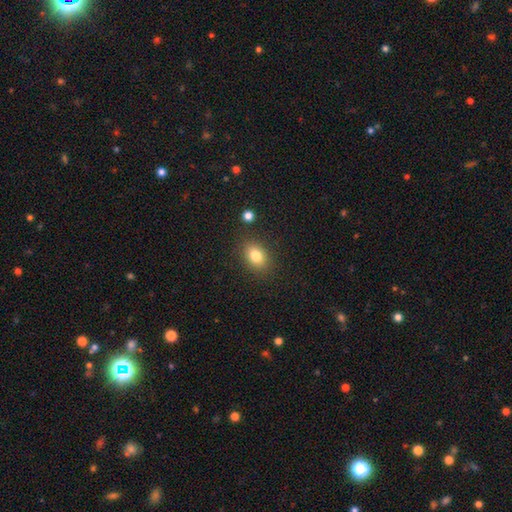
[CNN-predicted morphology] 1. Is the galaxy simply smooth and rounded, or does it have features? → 81% smooth, 10% star or artifact, 9% featured or disk.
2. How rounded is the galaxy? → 73% in between, 26% round, 1% cigar-shaped.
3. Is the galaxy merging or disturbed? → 84% none, 10% minor disturbance, 3% major disturbance, 3% merger.